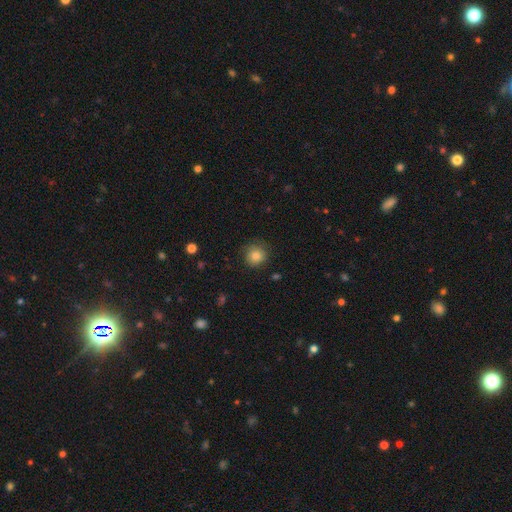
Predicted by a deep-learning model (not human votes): Smooth or featured? smooth (84%)
How rounded? round (92%)
Merging? none (81%)